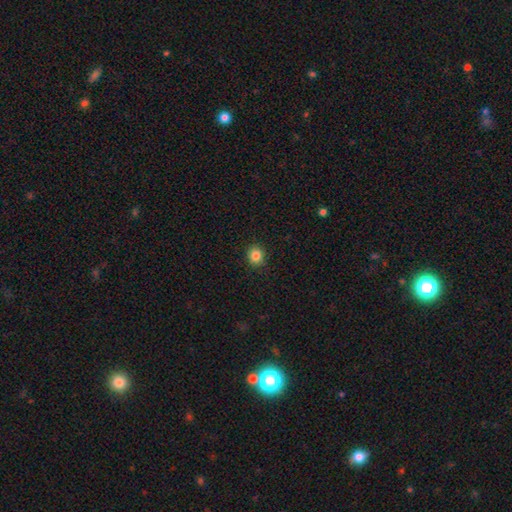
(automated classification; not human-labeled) Morphology: type=smooth (84%); roundness=round (87%); merging=none (91%).